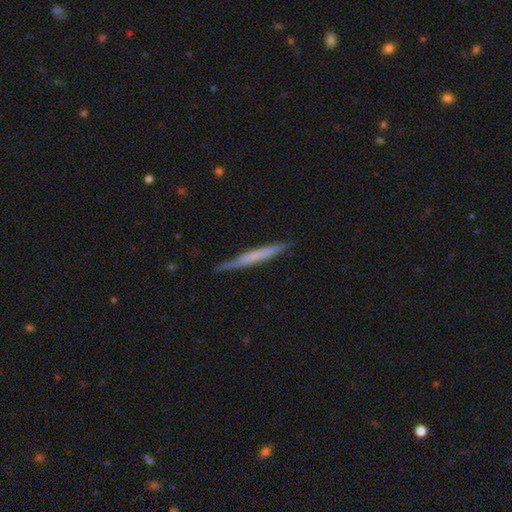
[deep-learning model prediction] smooth-or-featured: smooth: 49% | featured or disk: 46% | star or artifact: 6%
  merging: none: 84% | minor disturbance: 12% | major disturbance: 2% | merger: 1%